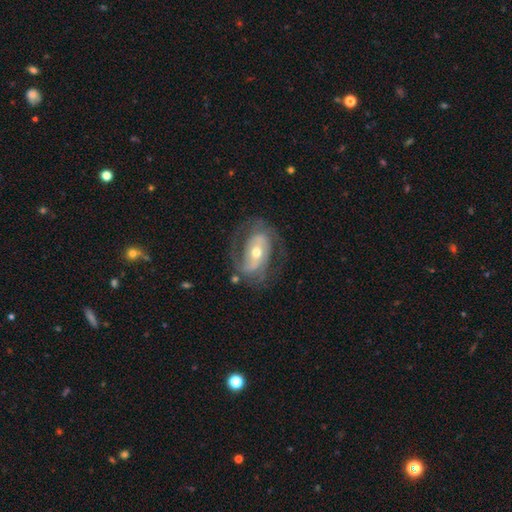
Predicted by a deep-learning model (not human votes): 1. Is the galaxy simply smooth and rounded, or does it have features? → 81% featured or disk, 12% smooth, 7% star or artifact.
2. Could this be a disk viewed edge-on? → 95% no, 5% yes.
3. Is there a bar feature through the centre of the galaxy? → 38% no, 32% weak, 30% strong.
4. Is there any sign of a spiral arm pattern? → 88% yes, 12% no.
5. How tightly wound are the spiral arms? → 44% medium, 36% tight, 19% loose.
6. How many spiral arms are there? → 72% 2, 14% can't tell, 6% 3, 5% 1, 2% 4, 2% more than 4.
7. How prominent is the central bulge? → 57% moderate, 37% small, 4% large, 1% none, 1% dominant.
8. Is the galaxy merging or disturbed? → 68% none, 17% minor disturbance, 14% major disturbance, 2% merger.